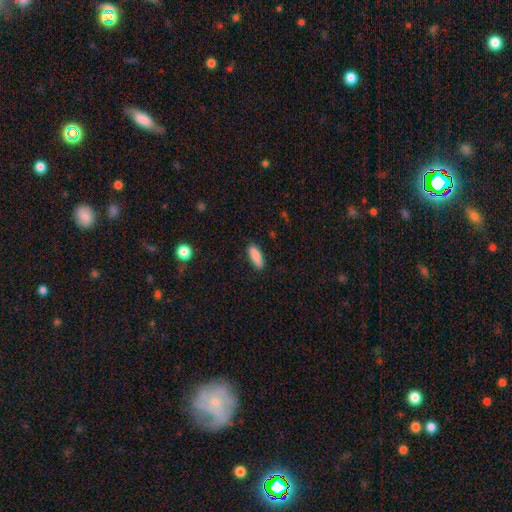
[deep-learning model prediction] Q: Smooth or featured?
A: smooth (88%); runner-up: star or artifact (7%)
Q: How rounded?
A: in between (63%); runner-up: cigar-shaped (35%)
Q: Merging?
A: none (85%); runner-up: minor disturbance (12%)